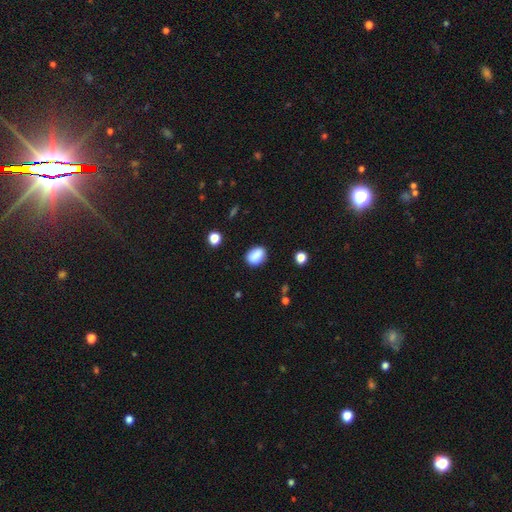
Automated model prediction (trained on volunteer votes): This appears to be a smooth galaxy with no disk features (87%) that is in between round and cigar-shaped (71%). Merging: none (83%).